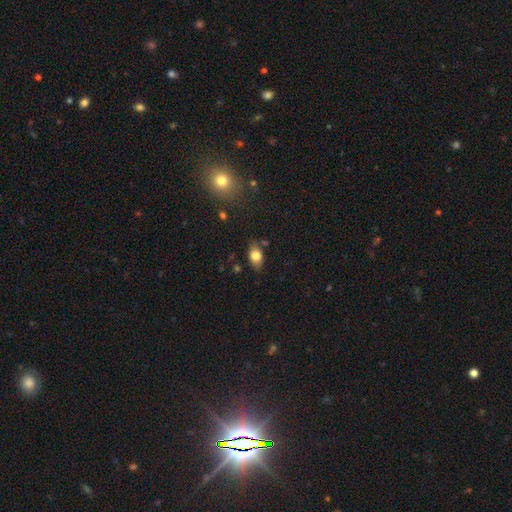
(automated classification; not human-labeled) A smooth galaxy with no disk features (78%) that is in between round and cigar-shaped (79%). Merging: none (76%).